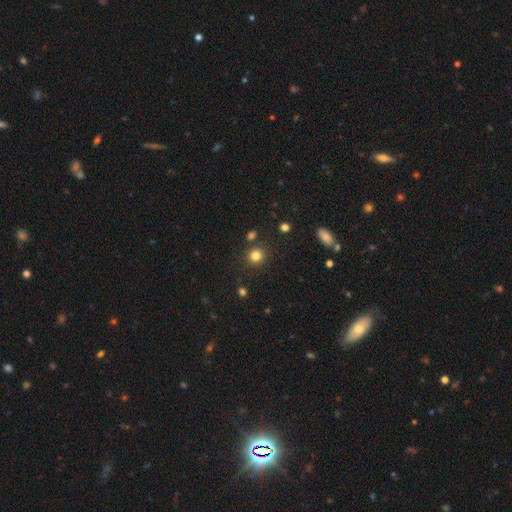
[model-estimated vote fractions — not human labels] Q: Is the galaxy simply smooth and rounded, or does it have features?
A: smooth — 81%.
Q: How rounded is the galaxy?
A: round — 89%.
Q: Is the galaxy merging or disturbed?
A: none — 85%.